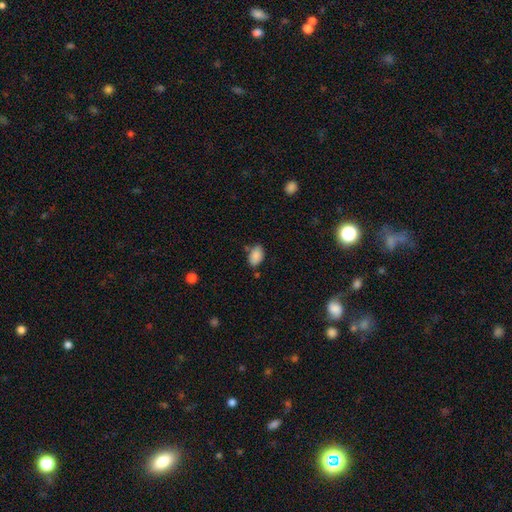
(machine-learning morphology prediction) This is clearly a smooth galaxy (88%). How rounded: clearly in between (90%). Merging: likely none (73%).